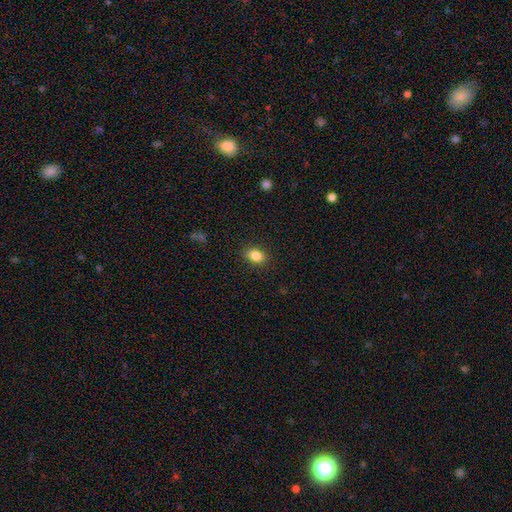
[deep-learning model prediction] Morphology: type=smooth (85%); roundness=in between (76%); merging=none (87%).